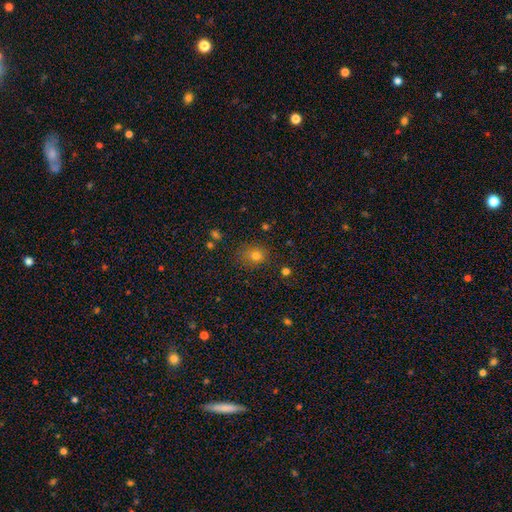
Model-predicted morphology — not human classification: type=smooth (74%); roundness=round (67%); merging=none (75%).